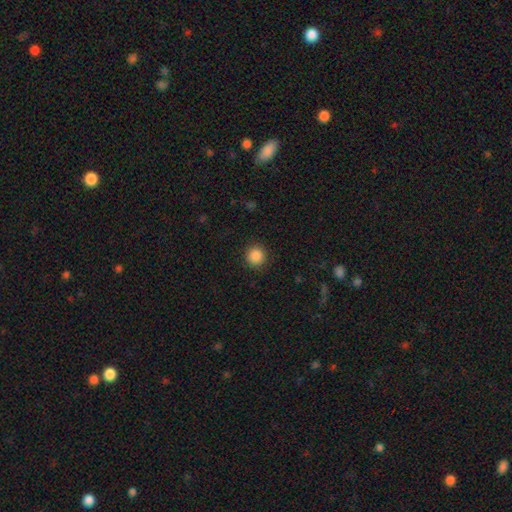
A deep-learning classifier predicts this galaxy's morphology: This is clearly a smooth galaxy (87%). How rounded: clearly round (94%). Merging: clearly none (91%).